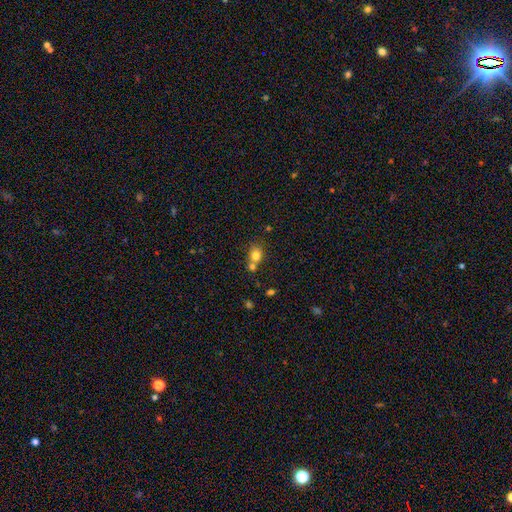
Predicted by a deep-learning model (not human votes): smooth-or-featured: smooth: 79% | star or artifact: 13% | featured or disk: 9%
  how-rounded: round: 70% | in between: 29% | cigar-shaped: 1%
  merging: none: 48% | merger: 38% | minor disturbance: 10% | major disturbance: 4%